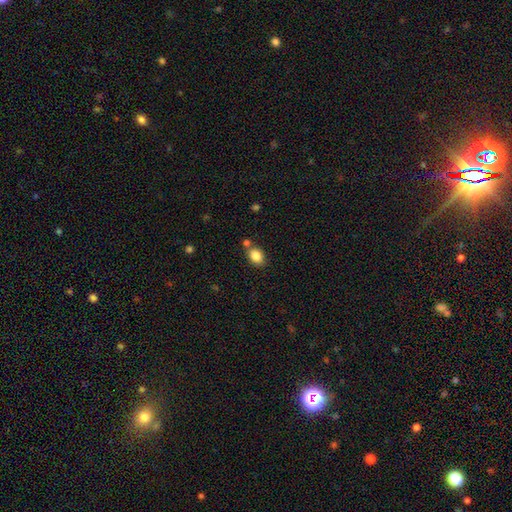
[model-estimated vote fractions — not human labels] A smooth galaxy with no disk features (86%) that is in between round and cigar-shaped (68%). Merging: none (70%).